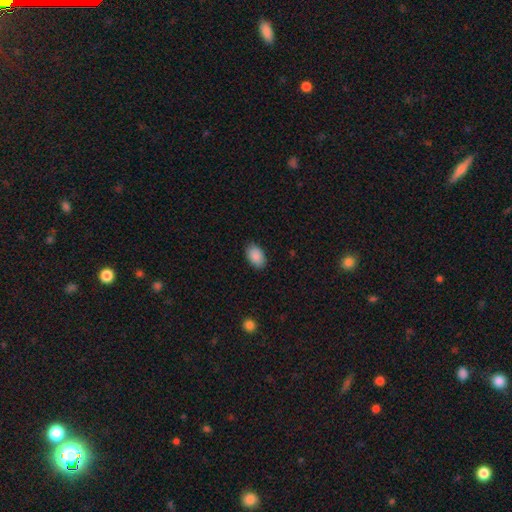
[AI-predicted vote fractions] Smooth or featured: smooth — 90% (star or artifact — 7%)
How rounded: in between — 91% (round — 8%)
Merging: none — 86% (minor disturbance — 11%)